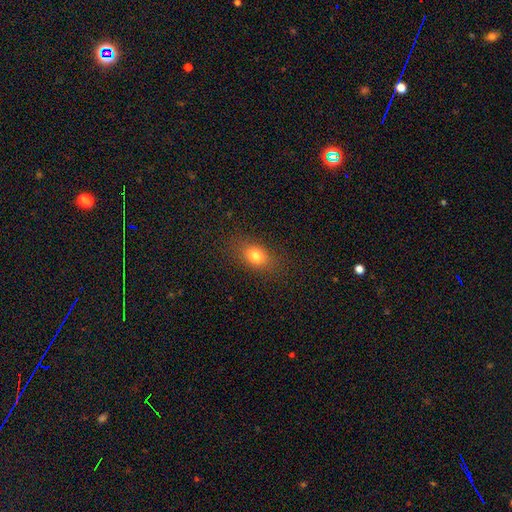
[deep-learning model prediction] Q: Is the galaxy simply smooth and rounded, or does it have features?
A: smooth — 79%.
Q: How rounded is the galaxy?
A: in between — 68%.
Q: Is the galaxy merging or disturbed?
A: none — 84%.